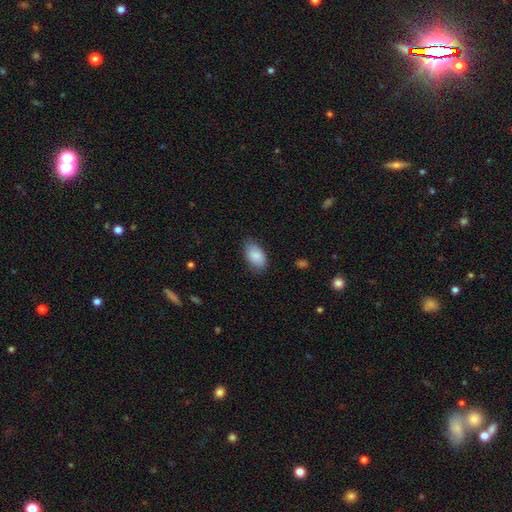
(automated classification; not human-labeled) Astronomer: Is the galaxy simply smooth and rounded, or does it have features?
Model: smooth — 88%.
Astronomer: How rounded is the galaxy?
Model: in between — 93%.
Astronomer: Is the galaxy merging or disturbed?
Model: none — 77%.